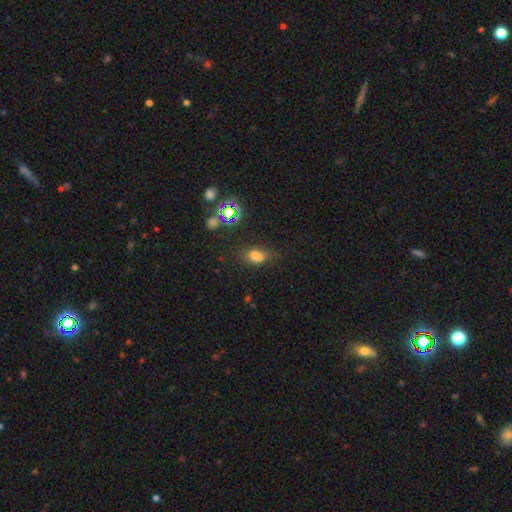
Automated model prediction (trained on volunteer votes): Smooth or featured: smooth — 64% (star or artifact — 23%)
How rounded: in between — 52% (round — 46%)
Merging: none — 42% (merger — 37%)